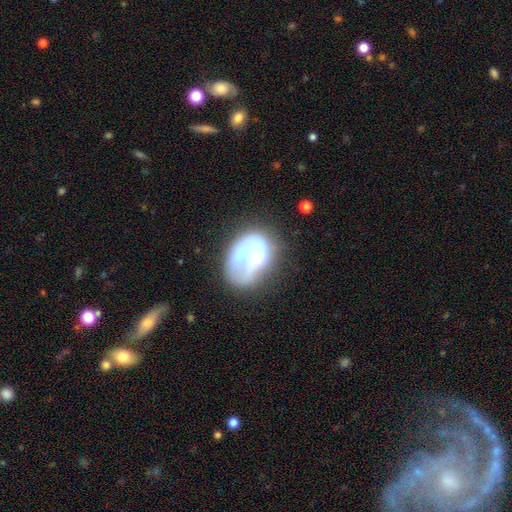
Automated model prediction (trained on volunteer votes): A featured or disk galaxy (53%) with no bar (79%), no spiral arms (67%) and a moderate central bulge (47%).

Vote fractions:
- Smooth or featured? featured or disk: 53% / smooth: 37% / star or artifact: 9%
- Edge-on disk? no: 97% / yes: 3%
- Bar? no: 79% / weak: 15% / strong: 5%
- Spiral arms? no: 67% / yes: 33%
- Bulge size? moderate: 47% / large: 27% / small: 10% / none: 10% / dominant: 6%
- Merging? major disturbance: 33% (tied) / none: 33% (tied) / minor disturbance: 21% / merger: 13%